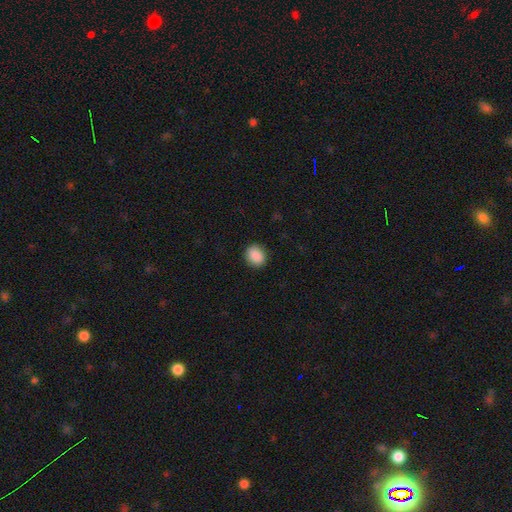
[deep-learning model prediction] Q: Smooth or featured?
A: smooth (89%); runner-up: star or artifact (8%)
Q: How rounded?
A: round (57%); runner-up: in between (42%)
Q: Merging?
A: none (89%); runner-up: minor disturbance (8%)